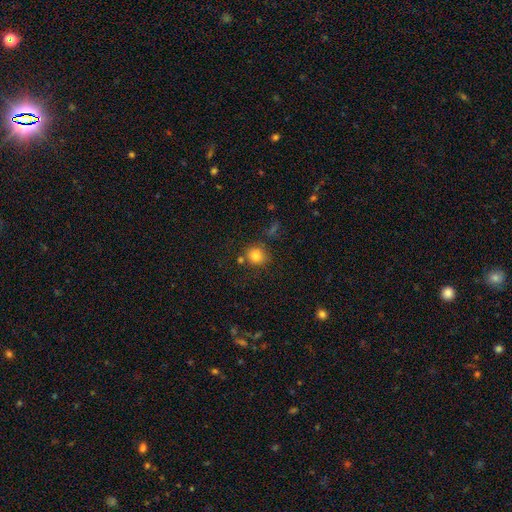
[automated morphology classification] Q: Smooth or featured?
A: smooth (82%); runner-up: star or artifact (11%)
Q: How rounded?
A: round (87%); runner-up: in between (12%)
Q: Merging?
A: none (73%); runner-up: minor disturbance (13%)